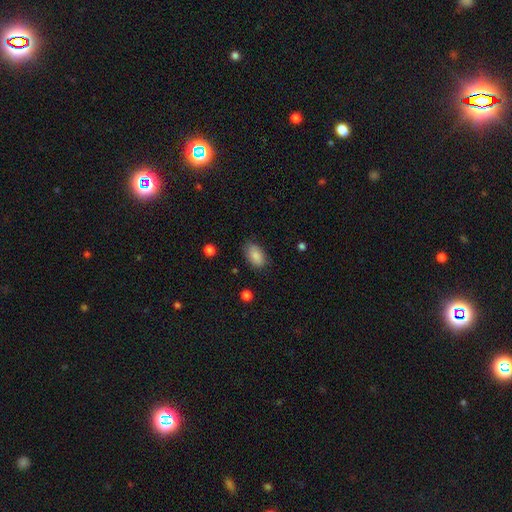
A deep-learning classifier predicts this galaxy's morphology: Smooth or featured: smooth — 86% (star or artifact — 7%)
How rounded: in between — 92% (round — 6%)
Merging: none — 78% (minor disturbance — 17%)